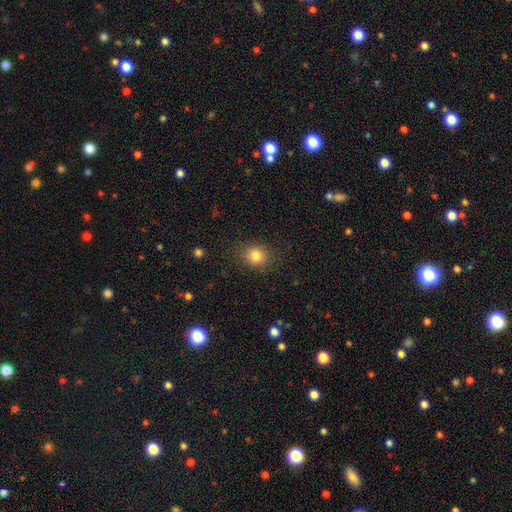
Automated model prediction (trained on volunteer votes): This is clearly a smooth galaxy (82%). How rounded: likely round (70%). Merging: clearly none (84%).